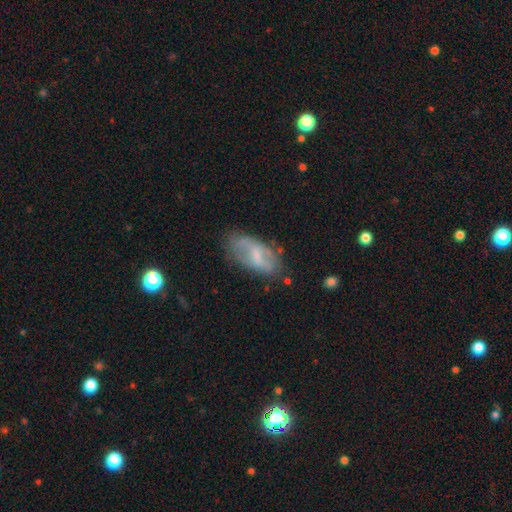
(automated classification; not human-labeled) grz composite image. It shows a featured or disk galaxy (51%). Merging: none (59%).